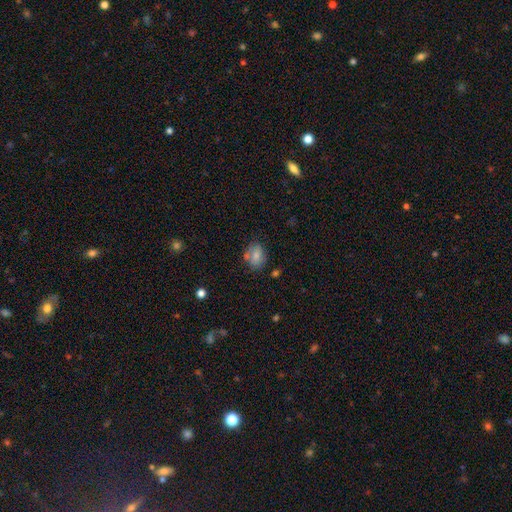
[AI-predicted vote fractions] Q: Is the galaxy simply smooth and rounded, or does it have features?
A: smooth — 78%.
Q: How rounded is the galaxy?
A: in between — 65%.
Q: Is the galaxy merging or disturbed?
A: none — 64%.